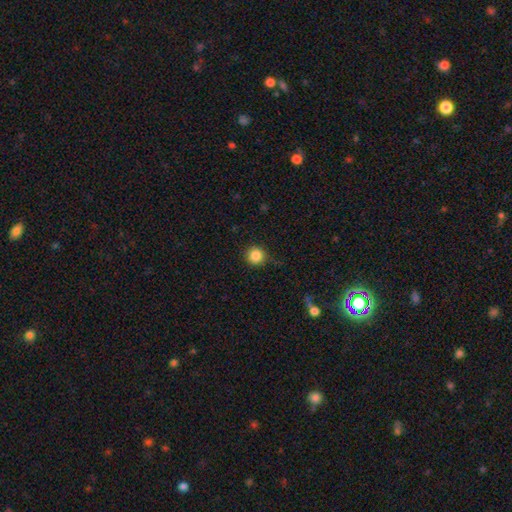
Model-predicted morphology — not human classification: Smooth or featured: smooth — 85% (star or artifact — 11%)
How rounded: round — 93% (in between — 6%)
Merging: none — 81% (minor disturbance — 15%)